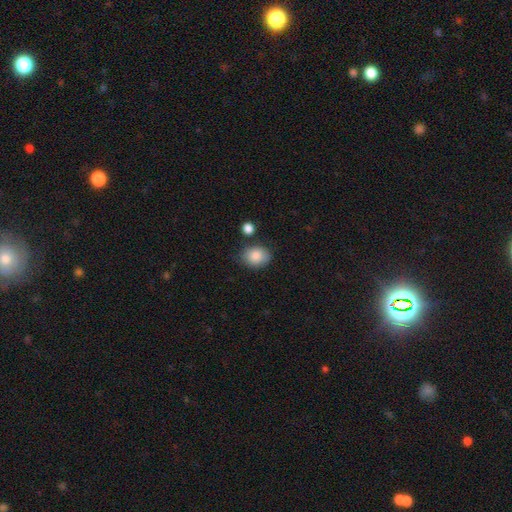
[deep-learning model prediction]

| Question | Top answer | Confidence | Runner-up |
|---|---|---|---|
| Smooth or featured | smooth | 86% | star or artifact (8%) |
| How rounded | in between | 55% | round (44%) |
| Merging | none | 72% | minor disturbance (17%) |